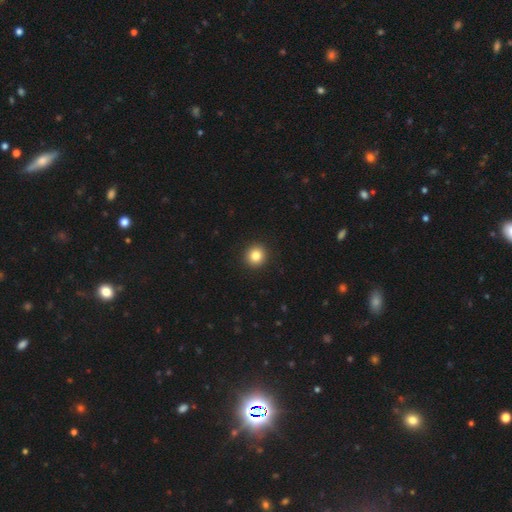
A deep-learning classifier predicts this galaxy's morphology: Smooth or featured?
  - smooth: 84% *
  - star or artifact: 11%
  - featured or disk: 5%
How rounded?
  - round: 92% *
  - in between: 7%
  - cigar-shaped: 1%
Merging?
  - none: 93% *
  - minor disturbance: 5%
  - major disturbance: 2%
  - merger: 1%